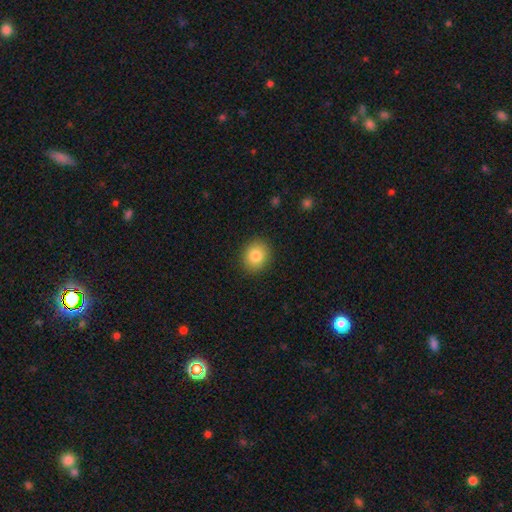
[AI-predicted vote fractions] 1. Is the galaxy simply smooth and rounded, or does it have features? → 83% smooth, 9% star or artifact, 7% featured or disk.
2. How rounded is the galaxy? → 76% round, 23% in between, 1% cigar-shaped.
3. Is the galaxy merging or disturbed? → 90% none, 7% minor disturbance, 2% major disturbance, 1% merger.